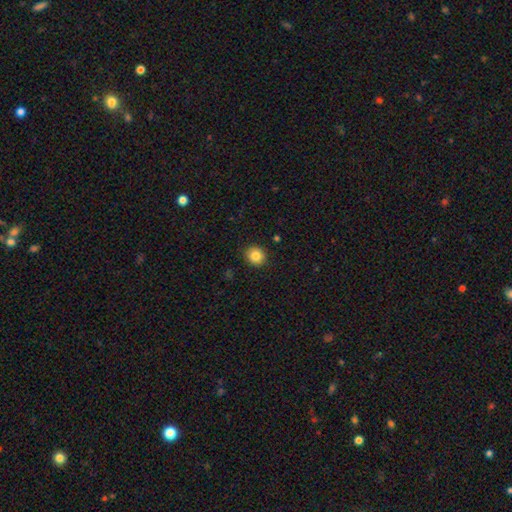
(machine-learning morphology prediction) smooth-or-featured: smooth: 84% | star or artifact: 10% | featured or disk: 6%
  how-rounded: round: 84% | in between: 15% | cigar-shaped: 1%
  merging: none: 91% | minor disturbance: 6% | major disturbance: 2% | merger: 1%